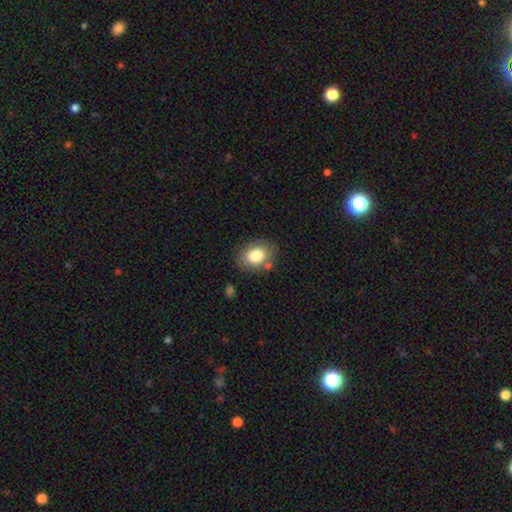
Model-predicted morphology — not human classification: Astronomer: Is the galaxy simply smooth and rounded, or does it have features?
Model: smooth — 81%.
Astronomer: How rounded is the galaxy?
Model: in between — 66%.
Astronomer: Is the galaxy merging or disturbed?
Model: none — 78%.